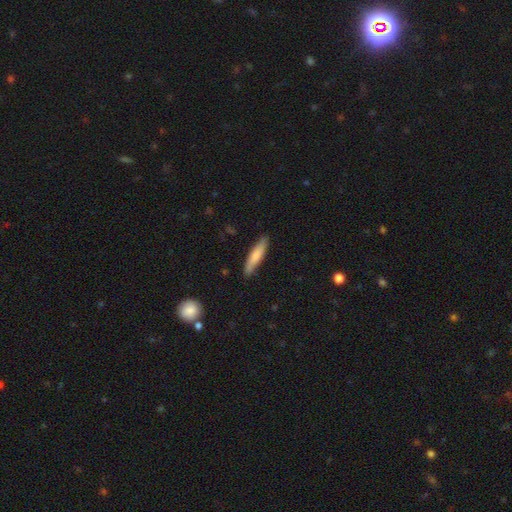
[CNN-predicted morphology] A smooth galaxy with no disk features (74%) that is cigar-shaped (84%).

Vote fractions:
- Smooth or featured? smooth: 74% / featured or disk: 21% / star or artifact: 5%
- How rounded? cigar-shaped: 84% / in between: 15% / round: 1%
- Merging? none: 85% / minor disturbance: 12% / major disturbance: 2% / merger: 1%